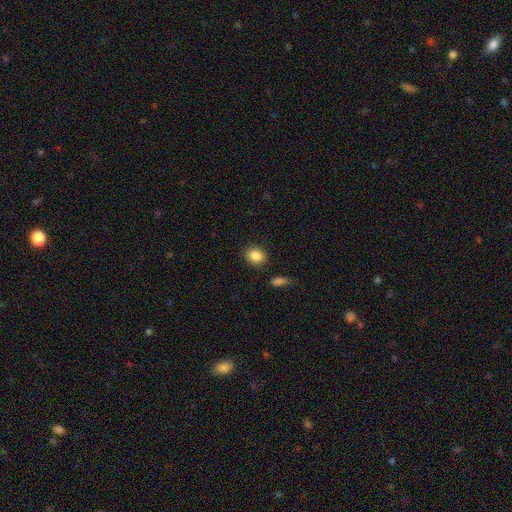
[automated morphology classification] Smooth or featured: smooth — 87% (star or artifact — 8%)
How rounded: round — 58% (in between — 41%)
Merging: none — 84% (minor disturbance — 10%)